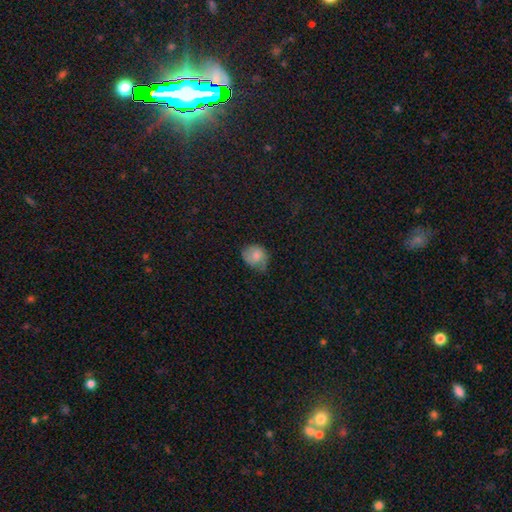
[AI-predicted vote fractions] This is likely a smooth galaxy (70%). How rounded: likely round (65%). Merging: marginally none (44%).